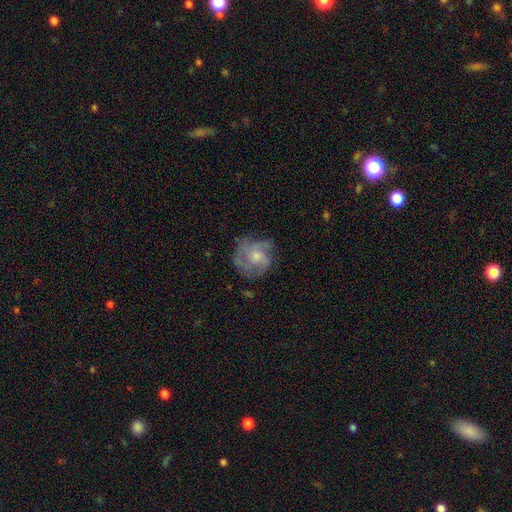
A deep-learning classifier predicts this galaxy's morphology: featured or disk 59%, smooth 32%, star or artifact 9%. Down the decision tree: edge-on disk — no (97%); bar — no (80%); spiral arms — yes (75%); bulge size — moderate (54%); merging — none (61%).